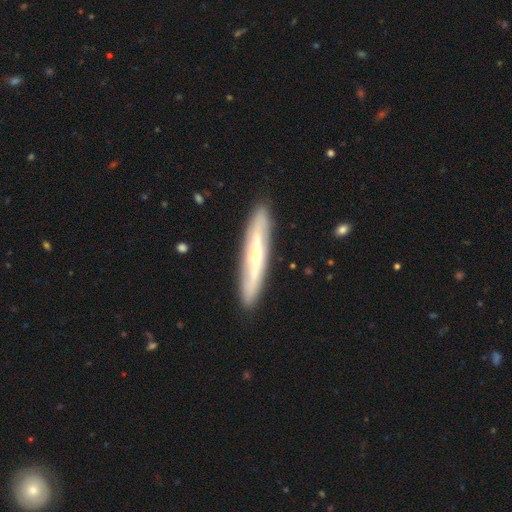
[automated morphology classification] type=featured or disk (66%); edge-on=yes (70%); merging=none (89%).